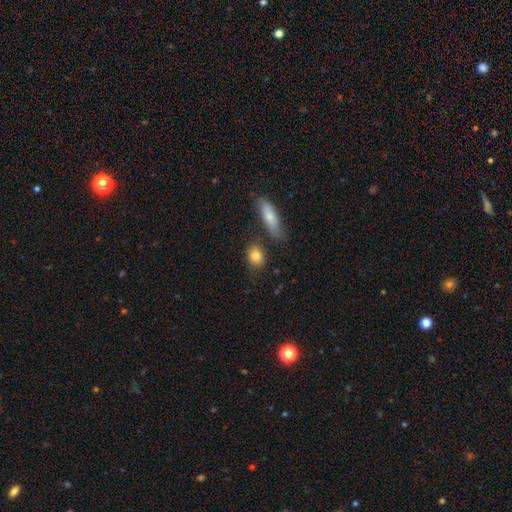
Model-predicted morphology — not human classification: Smooth or featured: smooth — 84% (star or artifact — 8%)
How rounded: in between — 48% (round — 47%)
Merging: none — 76% (minor disturbance — 12%)